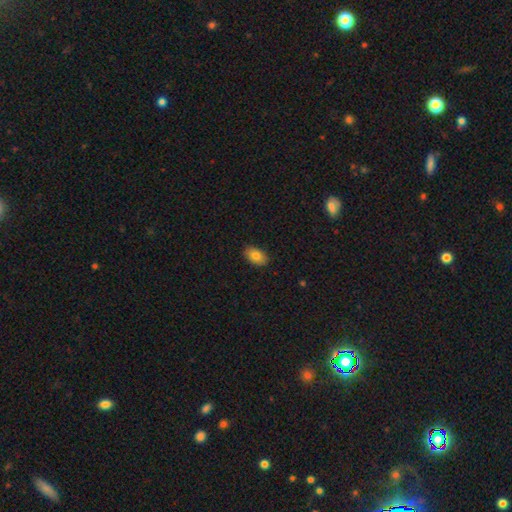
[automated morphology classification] Smooth or featured?
  - smooth: 83% *
  - featured or disk: 9%
  - star or artifact: 8%
How rounded?
  - in between: 91% *
  - round: 7%
  - cigar-shaped: 2%
Merging?
  - none: 89% *
  - minor disturbance: 8%
  - major disturbance: 2%
  - merger: 1%